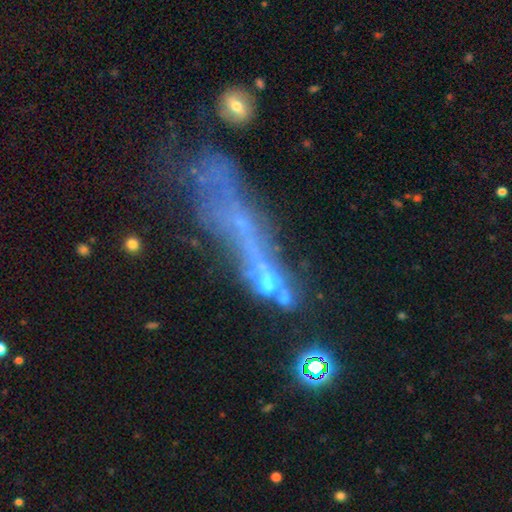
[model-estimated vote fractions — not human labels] This appears to be a featured or disk galaxy (45%). Merging: none (34%).